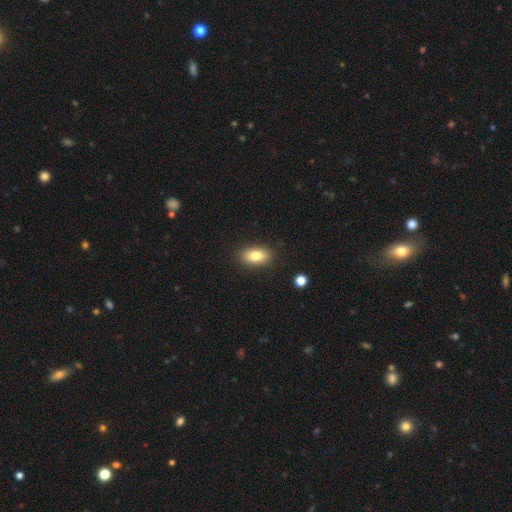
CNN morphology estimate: Smooth or featured?
  - smooth: 82% *
  - featured or disk: 10%
  - star or artifact: 8%
How rounded?
  - in between: 89% *
  - round: 7%
  - cigar-shaped: 4%
Merging?
  - none: 87% *
  - minor disturbance: 9%
  - major disturbance: 2%
  - merger: 1%